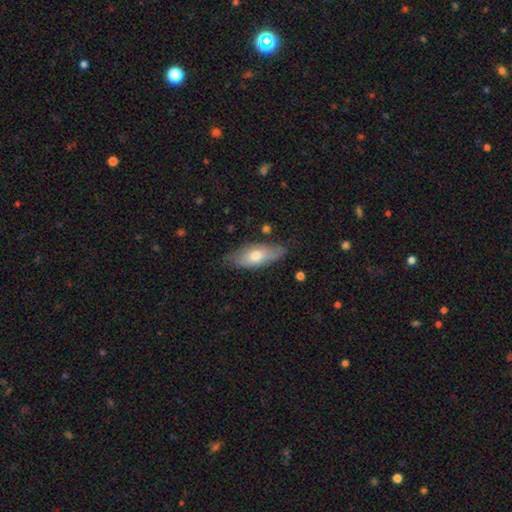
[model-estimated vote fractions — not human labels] Morphology: type=smooth (64%); roundness=in between (77%); merging=none (74%).